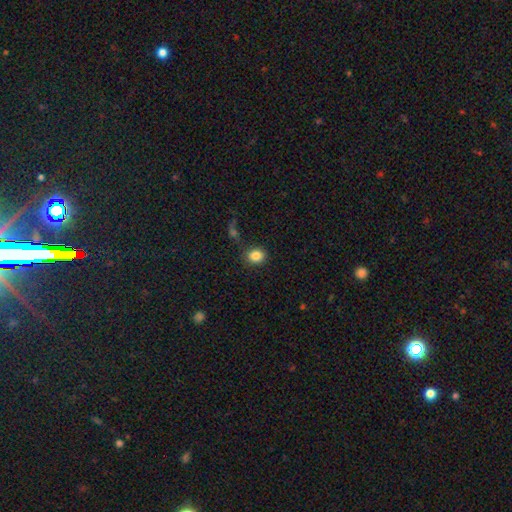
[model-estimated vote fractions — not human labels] Smooth or featured? Predicted: smooth (p=0.85). How rounded? Predicted: round (p=0.70). Merging? Predicted: none (p=0.81).